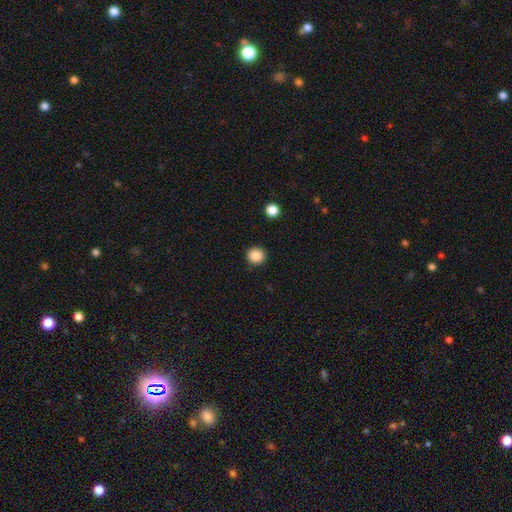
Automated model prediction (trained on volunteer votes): Q: Smooth or featured?
A: smooth (87%); runner-up: star or artifact (10%)
Q: How rounded?
A: round (93%); runner-up: in between (6%)
Q: Merging?
A: none (92%); runner-up: minor disturbance (5%)